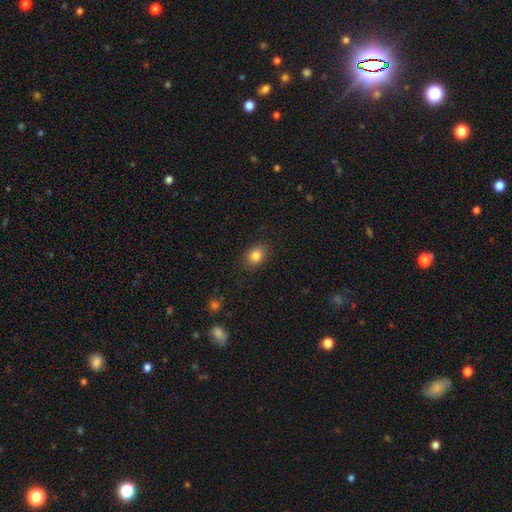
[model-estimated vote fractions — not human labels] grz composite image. It shows a smooth galaxy with no disk features (83%) that is in between round and cigar-shaped (63%). Merging: none (87%).